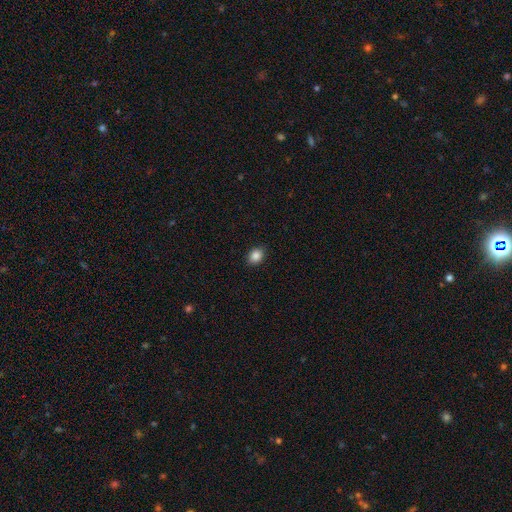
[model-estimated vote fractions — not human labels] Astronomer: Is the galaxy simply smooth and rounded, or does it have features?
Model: smooth — 87%.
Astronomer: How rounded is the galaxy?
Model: in between — 55% (runner-up: round, 44%).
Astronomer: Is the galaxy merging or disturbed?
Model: none — 90%.